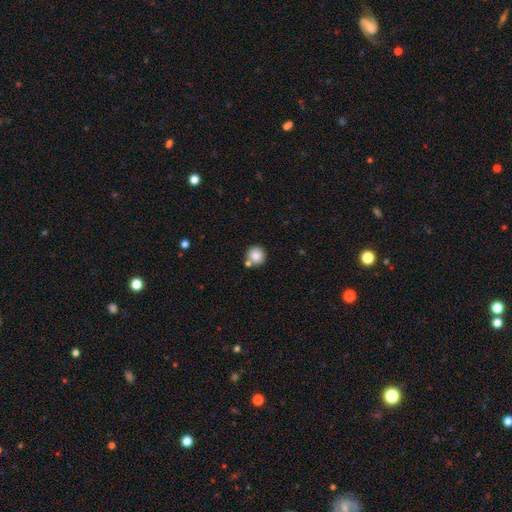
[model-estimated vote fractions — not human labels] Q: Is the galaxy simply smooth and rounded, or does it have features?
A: smooth — 85%.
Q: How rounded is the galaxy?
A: round — 93%.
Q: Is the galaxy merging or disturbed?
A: none — 70%.